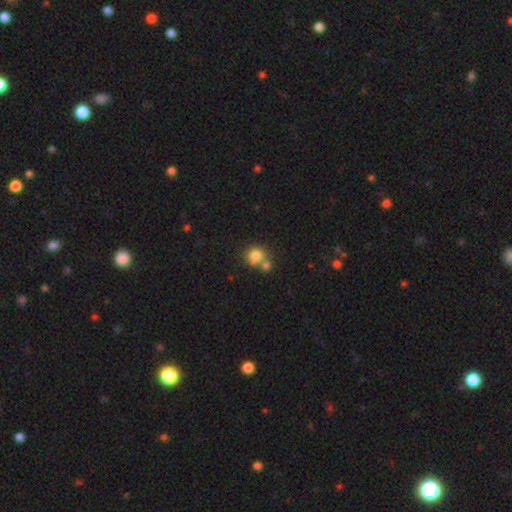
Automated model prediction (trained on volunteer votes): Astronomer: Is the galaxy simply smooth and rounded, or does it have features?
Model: smooth — 78%.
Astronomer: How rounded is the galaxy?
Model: round — 82%.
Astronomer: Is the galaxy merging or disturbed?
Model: none — 46% (runner-up: merger, 41%).